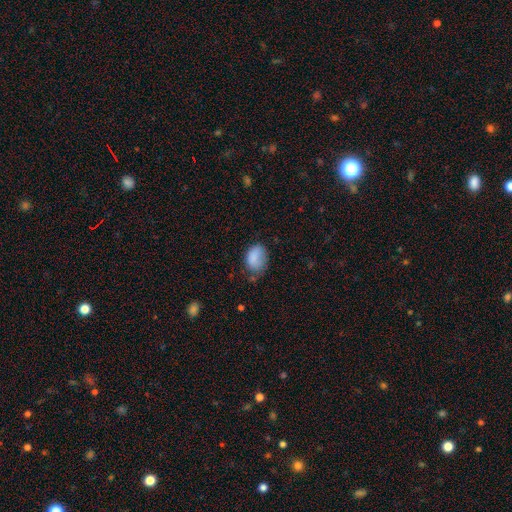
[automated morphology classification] A smooth galaxy with no disk features (84%) that is in between round and cigar-shaped (78%). Merging: none (51%).